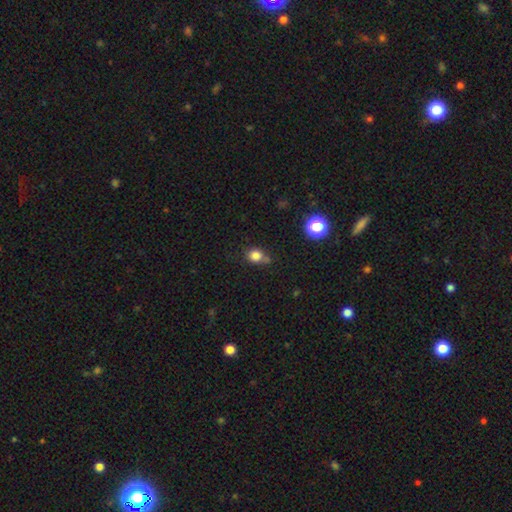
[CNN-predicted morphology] This is clearly a smooth galaxy (81%). How rounded: likely round (71%). Merging: possibly none (55%).